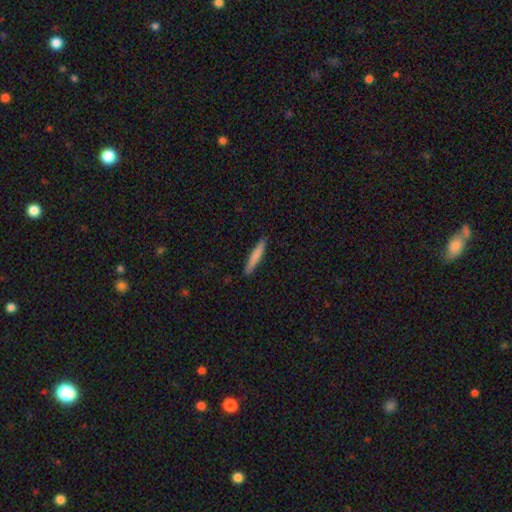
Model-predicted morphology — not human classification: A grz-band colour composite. It shows a smooth galaxy with no disk features (75%) that is cigar-shaped (95%). Merging: none (90%).